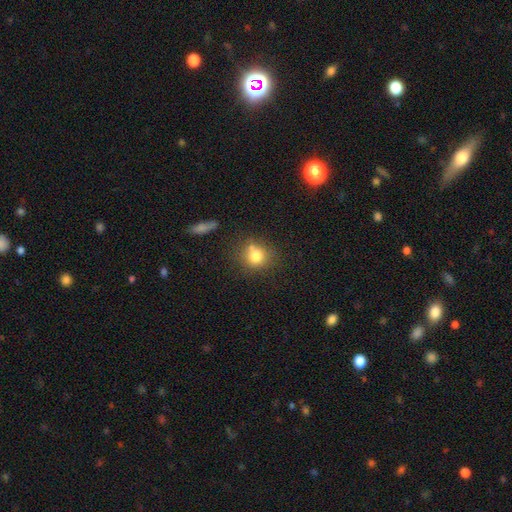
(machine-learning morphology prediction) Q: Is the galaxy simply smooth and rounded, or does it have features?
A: smooth — 78%.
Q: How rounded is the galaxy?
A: round — 83%.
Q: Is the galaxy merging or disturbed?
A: none — 66%.